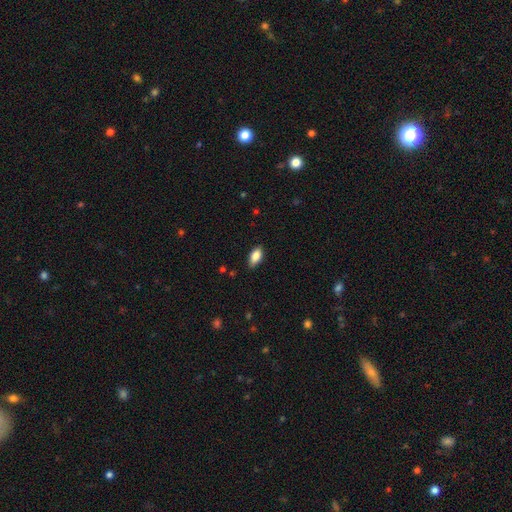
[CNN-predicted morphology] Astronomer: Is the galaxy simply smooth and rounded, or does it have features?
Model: smooth — 82%.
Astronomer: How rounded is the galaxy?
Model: in between — 90%.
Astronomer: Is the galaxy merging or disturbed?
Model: none — 84%.